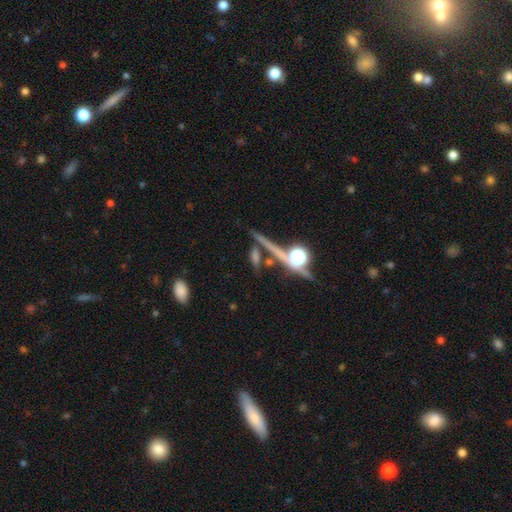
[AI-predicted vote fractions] This is marginally a smooth galaxy (38%). Merging: likely none (63%).